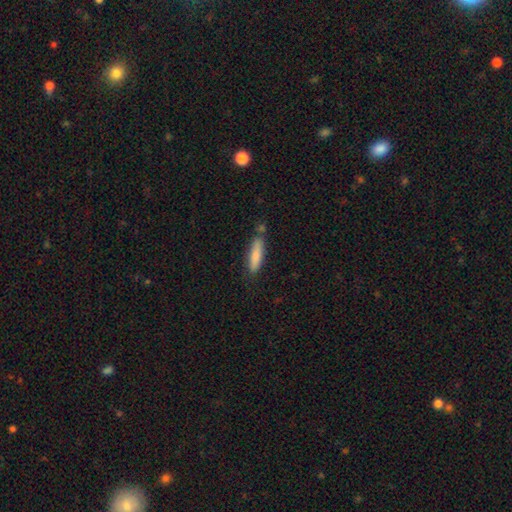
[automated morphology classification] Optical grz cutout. It shows a smooth galaxy with no disk features (78%) that is cigar-shaped (73%). Merging: none (71%).